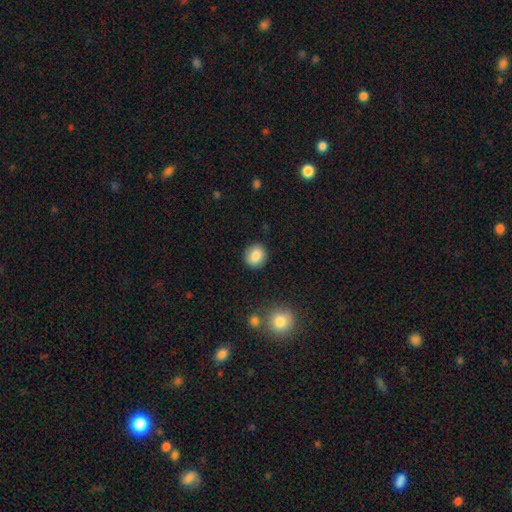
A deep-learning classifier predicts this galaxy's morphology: Smooth or featured?
  - smooth: 85% *
  - star or artifact: 9%
  - featured or disk: 7%
How rounded?
  - round: 81% *
  - in between: 18%
  - cigar-shaped: 1%
Merging?
  - none: 88% *
  - minor disturbance: 8%
  - major disturbance: 2%
  - merger: 2%